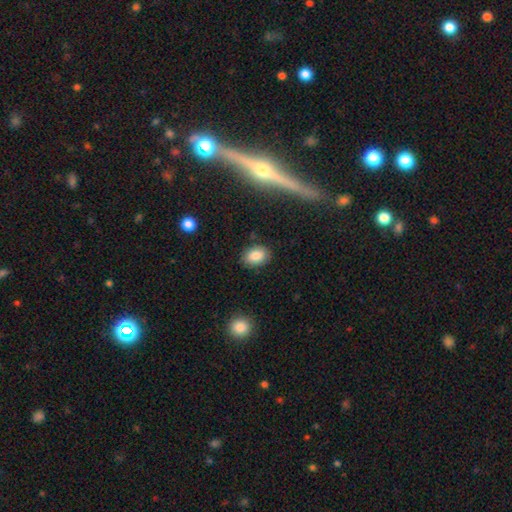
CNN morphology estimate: This is clearly a smooth galaxy (85%). How rounded: likely in between (78%). Merging: clearly none (85%).